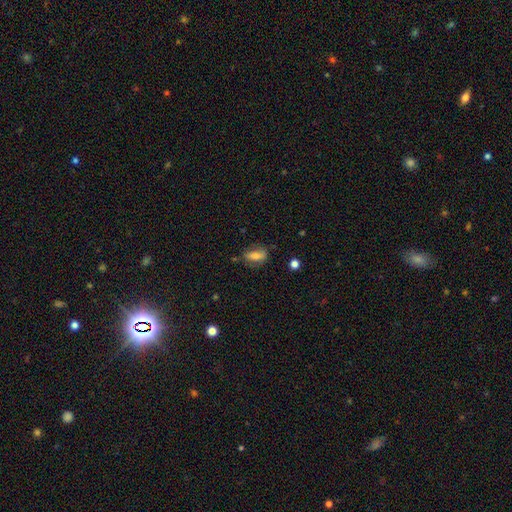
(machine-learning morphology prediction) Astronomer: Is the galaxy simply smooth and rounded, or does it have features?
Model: smooth — 70%.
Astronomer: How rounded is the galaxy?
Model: in between — 76%.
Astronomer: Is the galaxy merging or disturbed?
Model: none — 61%.